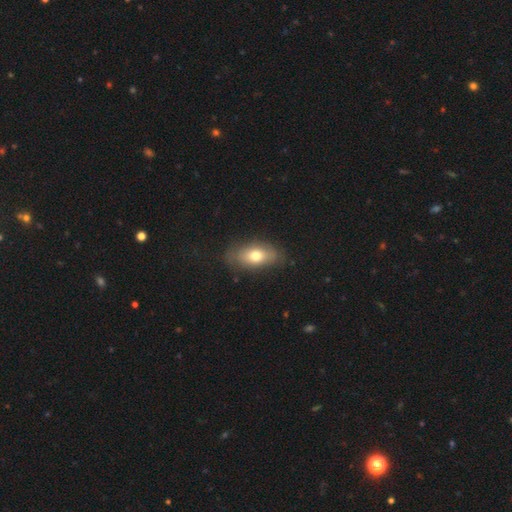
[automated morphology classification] Smooth or featured? Predicted: smooth (p=0.69). How rounded? Predicted: in between (p=0.87). Merging? Predicted: none (p=0.75).